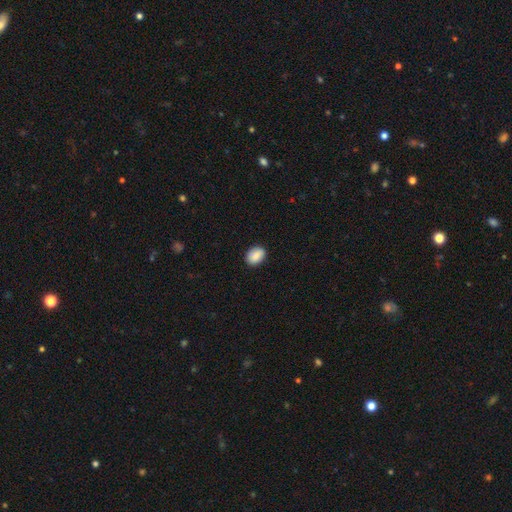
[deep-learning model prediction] Smooth or featured? smooth (88%)
How rounded? in between (73%)
Merging? none (87%)